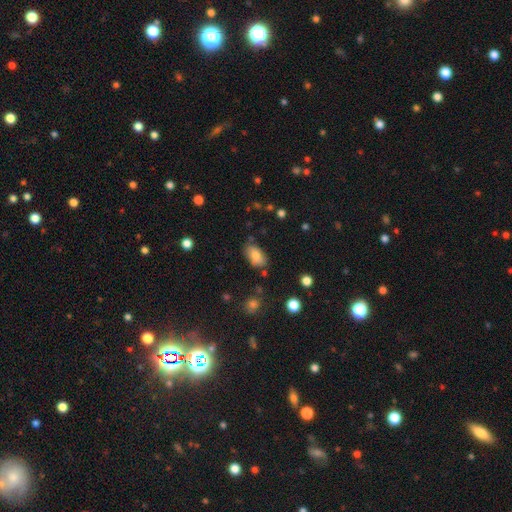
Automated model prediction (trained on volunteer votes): smooth_or_featured: smooth (p=0.81) [alt: featured or disk p=0.11]
how_rounded: in between (p=0.91) [alt: round p=0.06]
merging: none (p=0.72) [alt: minor disturbance p=0.19]